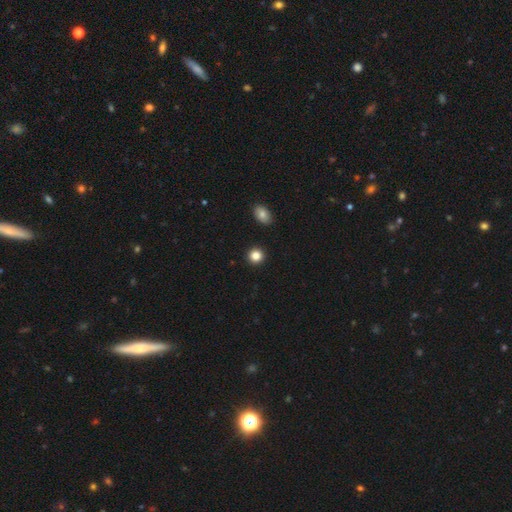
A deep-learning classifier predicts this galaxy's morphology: smooth-or-featured: smooth: 85% | star or artifact: 11% | featured or disk: 5%
  how-rounded: round: 90% | in between: 9% | cigar-shaped: 1%
  merging: none: 92% | minor disturbance: 5% | merger: 2% | major disturbance: 2%